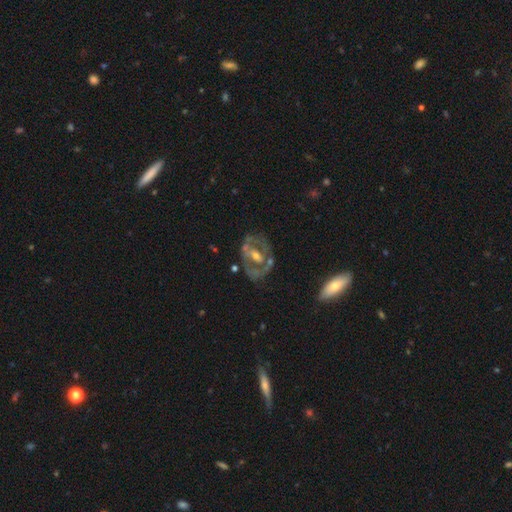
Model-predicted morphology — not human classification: type=featured or disk (74%); edge-on=no (93%); bar=no (44%); spiral arms=no (68%); bulge=moderate (55%); merging=none (64%).